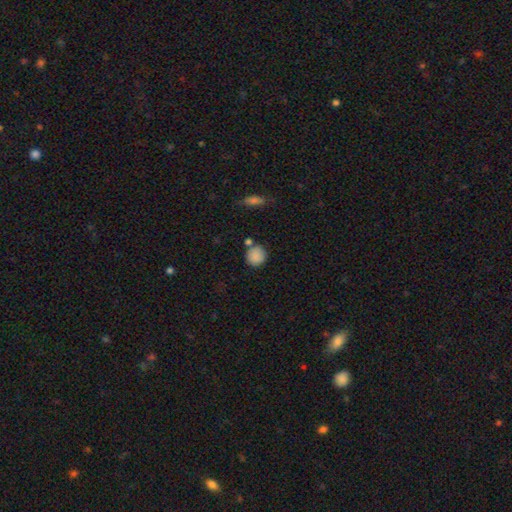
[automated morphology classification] Smooth or featured?
  - smooth: 87% *
  - star or artifact: 9%
  - featured or disk: 5%
How rounded?
  - round: 89% *
  - in between: 10%
  - cigar-shaped: 1%
Merging?
  - none: 74% *
  - minor disturbance: 12%
  - merger: 11%
  - major disturbance: 3%